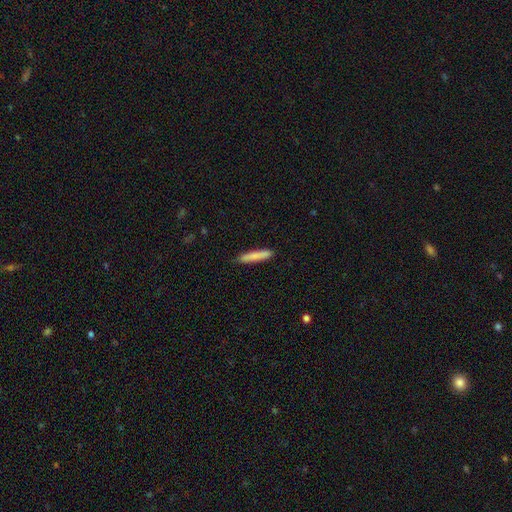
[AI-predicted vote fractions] smooth 82%, featured or disk 12%, star or artifact 6%. Down the decision tree: how rounded — cigar-shaped (91%); merging — none (88%).